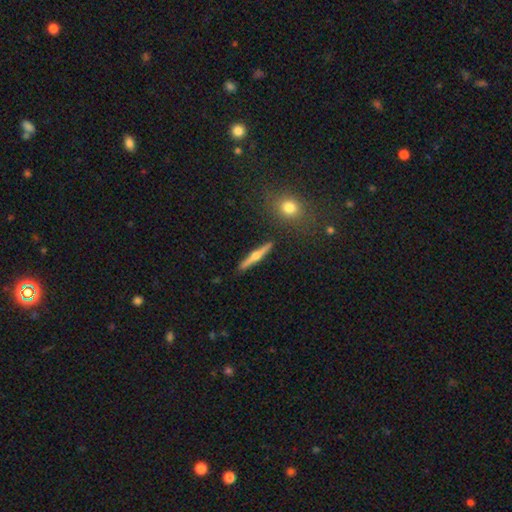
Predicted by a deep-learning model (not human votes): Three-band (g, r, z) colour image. It shows a featured or disk galaxy (67%) viewed edge-on (97%) with a rounded central bulge (93%). Merging: none (90%).